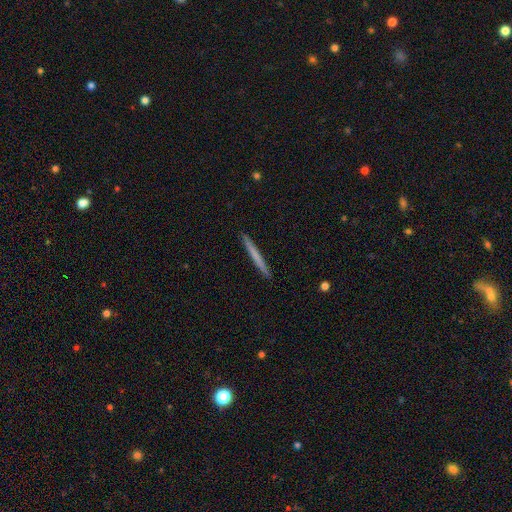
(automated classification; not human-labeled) smooth_or_featured: smooth (p=0.63) [alt: featured or disk p=0.32]
how_rounded: cigar-shaped (p=0.97) [alt: in between p=0.02]
merging: none (p=0.93) [alt: minor disturbance p=0.05]